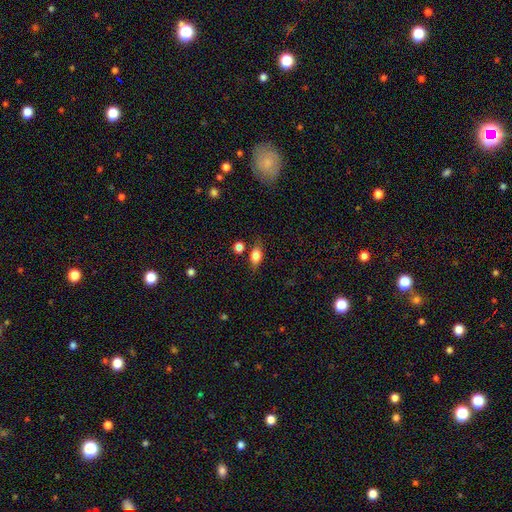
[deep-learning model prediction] Smooth or featured? Predicted: smooth (p=0.83). How rounded? Predicted: in between (p=0.81). Merging? Predicted: none (p=0.69).